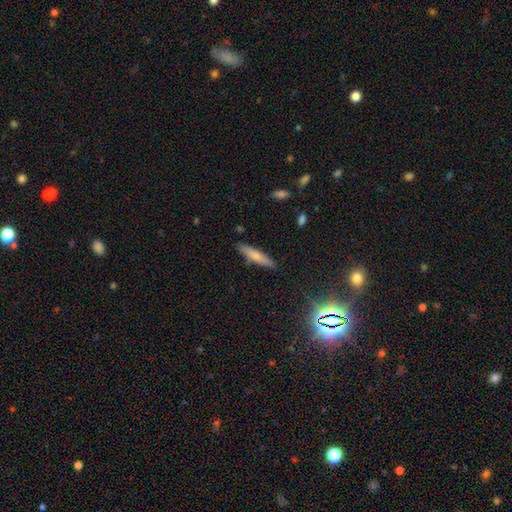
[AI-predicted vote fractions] The model was most divided on "smooth or featured": smooth: 71%, featured or disk: 22%, star or artifact: 7%. More confident: merging — none (87%); how rounded — cigar-shaped (83%).